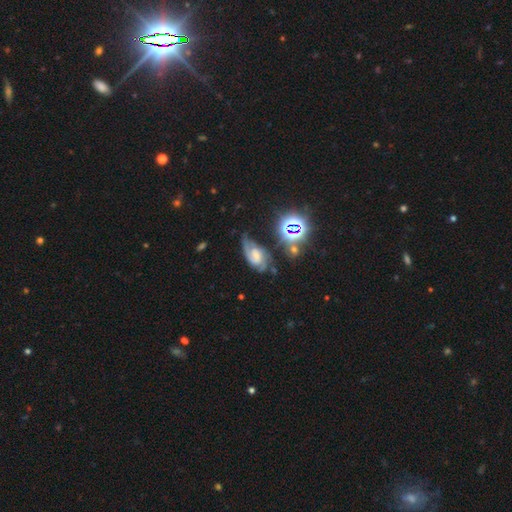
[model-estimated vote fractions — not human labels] Overall: featured or disk (66%). Edge-on disk: no (96%). Bar: no (47%; weak 41%). Spiral arms: yes (91%). Spiral arm count: 2 (53%; can't tell 21%). Spiral winding: medium (46%; tight 34%). Bulge size: moderate (38%; small 36%). Merging: none (44%; minor disturbance 29%).